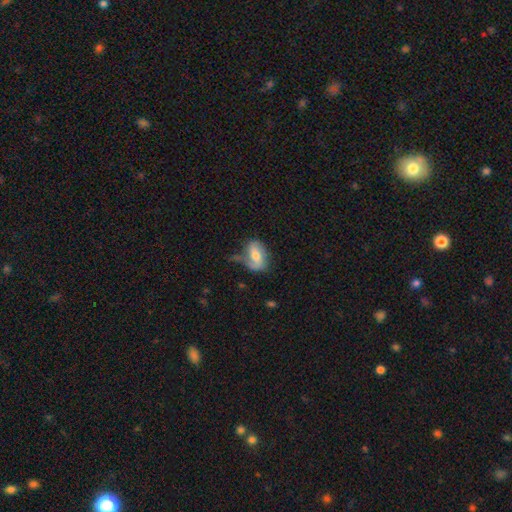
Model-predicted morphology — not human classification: Smooth or featured? Predicted: smooth (p=0.53). How rounded? Predicted: in between (p=0.87). Merging? Predicted: none (p=0.44).